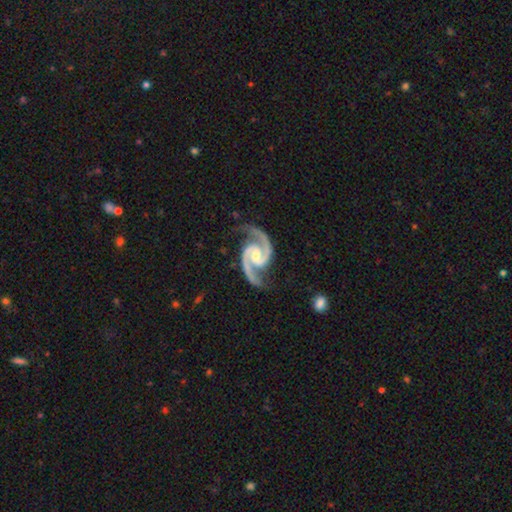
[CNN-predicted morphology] This appears to be a featured or disk galaxy (95%) with no bar (45%), 2 (95%) medium (66%) spiral arms (99%) and a small central bulge (54%). Merging: none (79%).